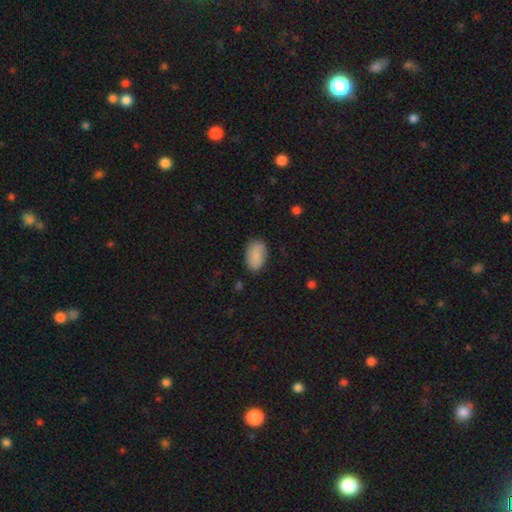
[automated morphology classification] smooth-or-featured: smooth: 85% | featured or disk: 9% | star or artifact: 7%
  how-rounded: in between: 92% | round: 6% | cigar-shaped: 2%
  merging: none: 80% | minor disturbance: 15% | major disturbance: 3% | merger: 1%